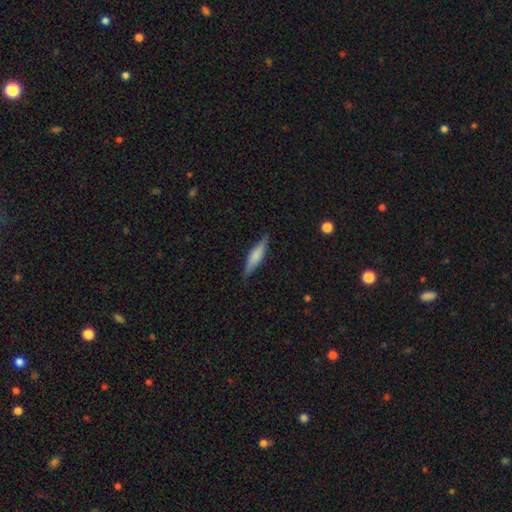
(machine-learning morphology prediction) Smooth or featured?
  - smooth: 66% *
  - featured or disk: 28%
  - star or artifact: 6%
How rounded?
  - cigar-shaped: 77% *
  - in between: 21%
  - round: 2%
Merging?
  - none: 85% *
  - minor disturbance: 12%
  - major disturbance: 2%
  - merger: 1%